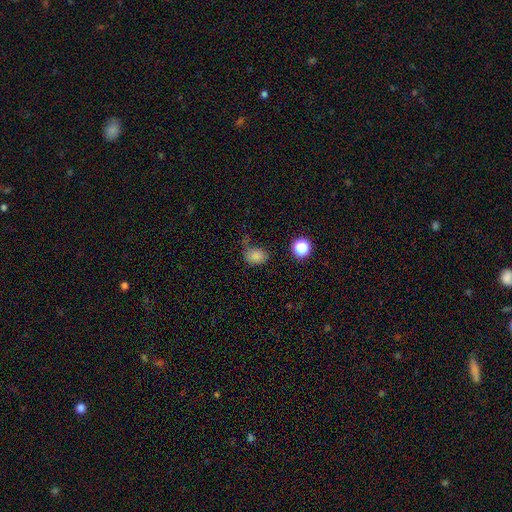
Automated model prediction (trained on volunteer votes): smooth-or-featured: smooth: 80% | star or artifact: 14% | featured or disk: 6%
  how-rounded: round: 50% | in between: 49% | cigar-shaped: 1%
  merging: none: 57% | minor disturbance: 25% | major disturbance: 11% | merger: 6%